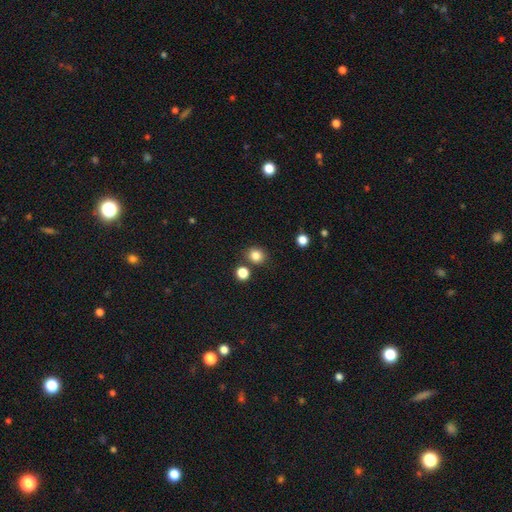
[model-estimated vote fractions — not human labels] smooth 83%, star or artifact 12%, featured or disk 5%. Down the decision tree: how rounded — round (80%); merging — none (80%).